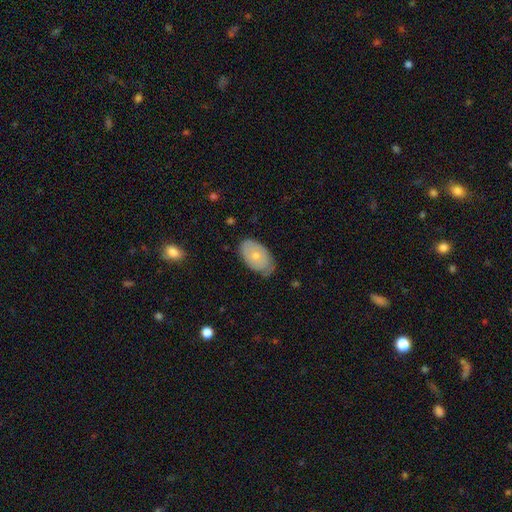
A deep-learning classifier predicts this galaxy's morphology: Smooth or featured? Predicted: smooth (p=0.59). How rounded? Predicted: in between (p=0.91). Merging? Predicted: none (p=0.65).